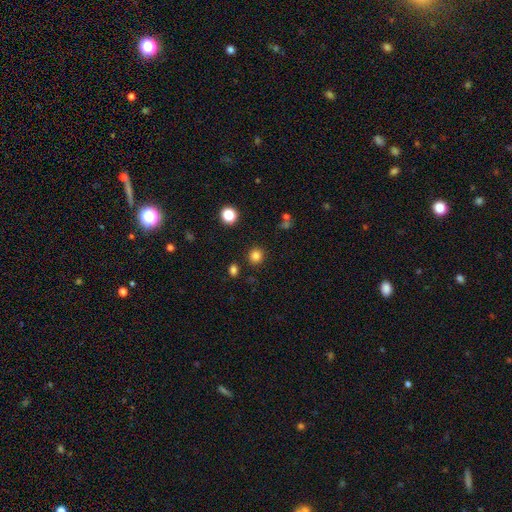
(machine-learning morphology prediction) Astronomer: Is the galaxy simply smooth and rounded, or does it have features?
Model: smooth — 82%.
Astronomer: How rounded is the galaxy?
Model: round — 91%.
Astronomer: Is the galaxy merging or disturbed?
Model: none — 89%.